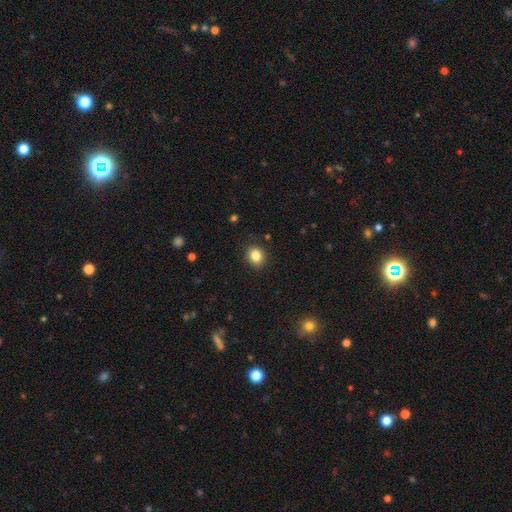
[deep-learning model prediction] Smooth or featured?
  - smooth: 84% *
  - star or artifact: 10%
  - featured or disk: 5%
How rounded?
  - round: 70% *
  - in between: 29%
  - cigar-shaped: 1%
Merging?
  - none: 89% *
  - minor disturbance: 8%
  - major disturbance: 2%
  - merger: 1%